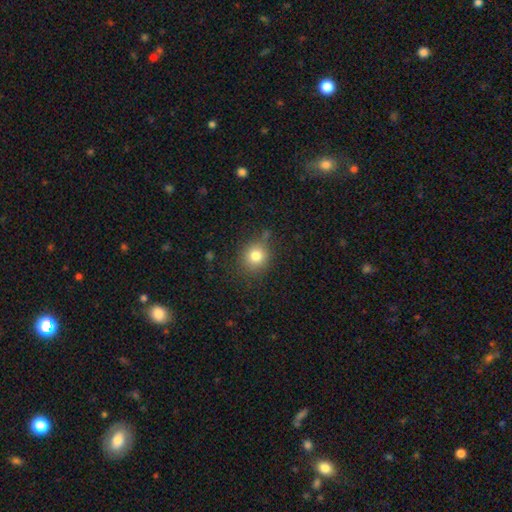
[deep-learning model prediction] Morphology: type=smooth (79%); roundness=round (81%); merging=none (78%).